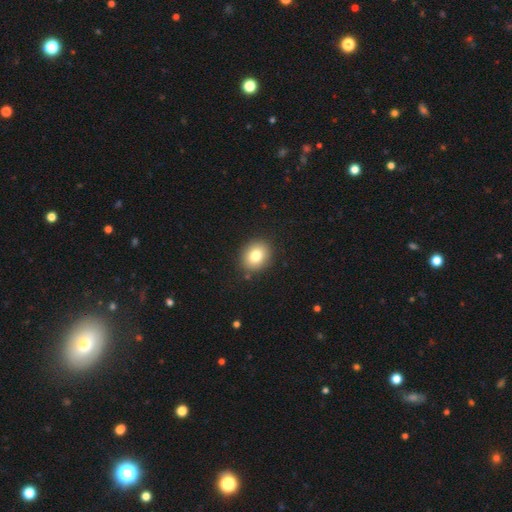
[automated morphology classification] Overall: smooth (80%). How rounded: round (59%; in between 41%). Merging: none (88%).